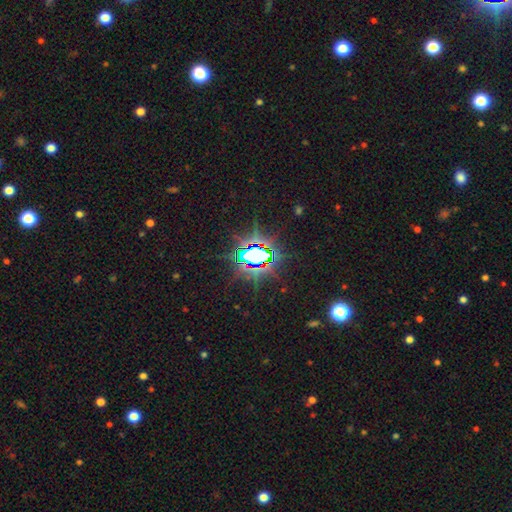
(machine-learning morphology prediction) Smooth or featured? star or artifact (79%)